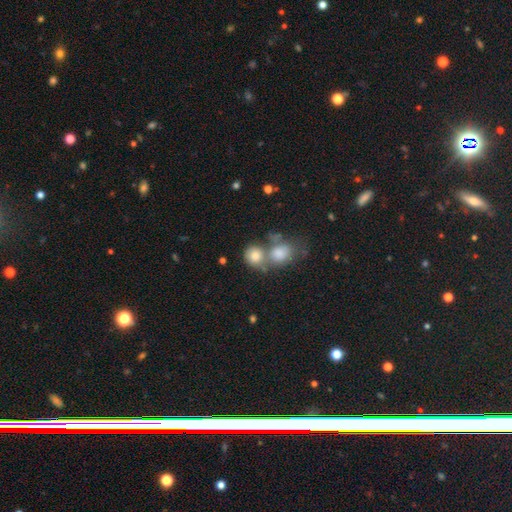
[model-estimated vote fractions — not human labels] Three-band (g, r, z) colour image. It shows a smooth galaxy with no disk features (78%) that is round (76%). Merging: merger (50%).